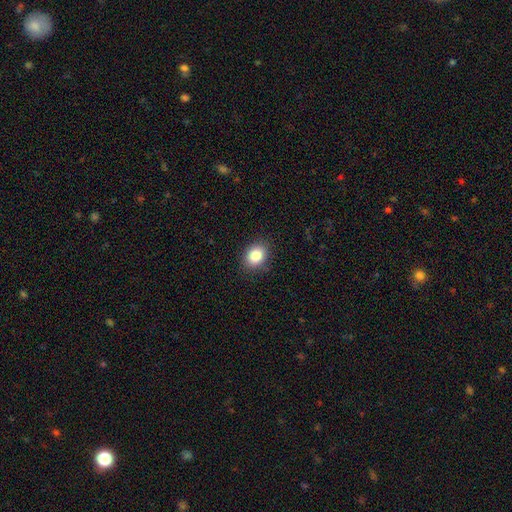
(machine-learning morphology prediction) The model was most divided on "how rounded": in between: 55%, round: 44%, cigar-shaped: 1%. More confident: merging — none (88%); smooth or featured — smooth (84%).